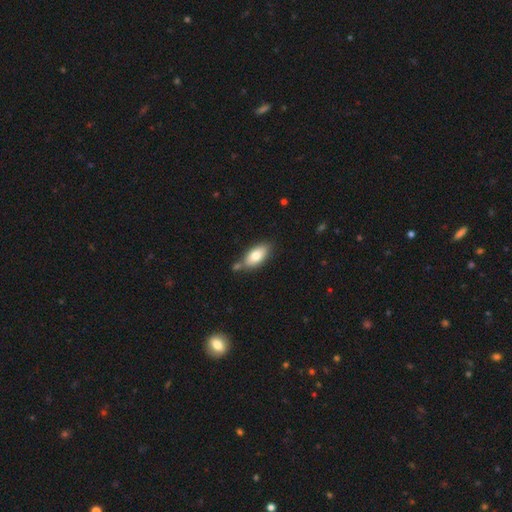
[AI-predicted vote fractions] The model was most divided on "merging": none: 64%, minor disturbance: 17%, merger: 15%, major disturbance: 4%. More confident: how rounded — in between (89%); smooth or featured — smooth (77%).